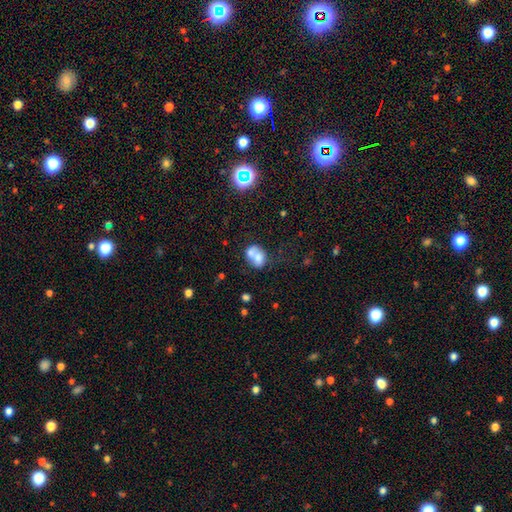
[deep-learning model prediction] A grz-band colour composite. It shows a smooth galaxy with no disk features (65%) that is in between round and cigar-shaped (59%). Merging: merger (59%).